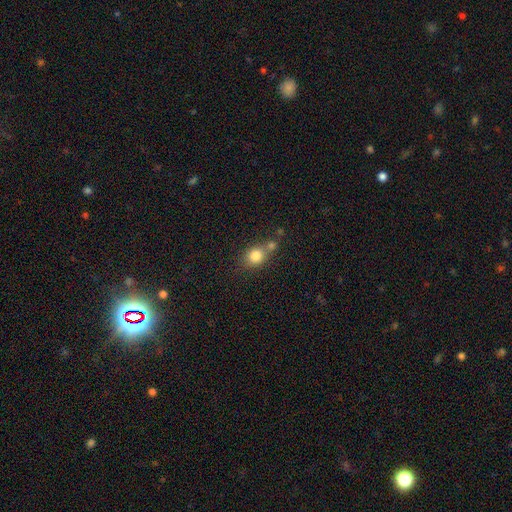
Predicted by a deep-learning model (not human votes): This appears to be a smooth galaxy with no disk features (82%) that is round (69%). Merging: none (48%).